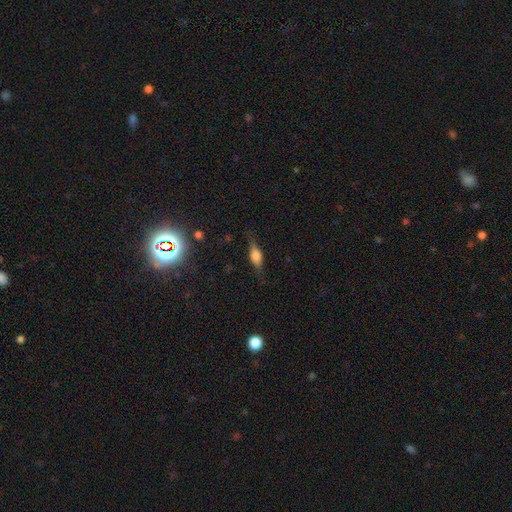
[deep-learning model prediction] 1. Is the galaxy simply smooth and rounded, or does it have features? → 47% featured or disk, 42% smooth, 11% star or artifact.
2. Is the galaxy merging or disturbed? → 73% none, 19% minor disturbance, 7% major disturbance, 2% merger.